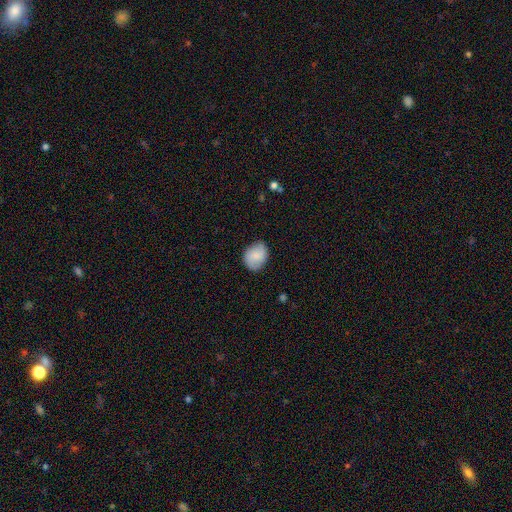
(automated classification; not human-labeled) smooth 81%, featured or disk 12%, star or artifact 7%. Down the decision tree: how rounded — in between (53%); merging — none (80%).